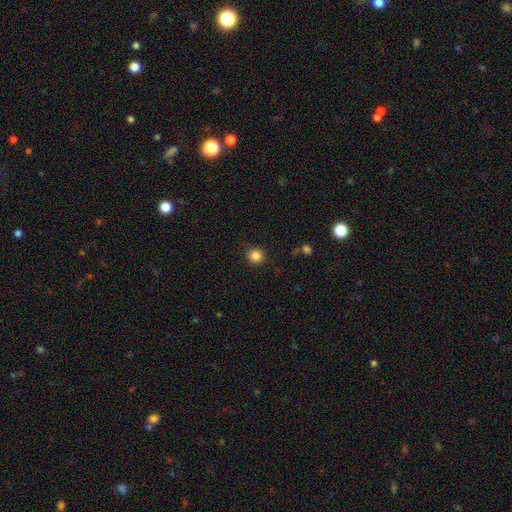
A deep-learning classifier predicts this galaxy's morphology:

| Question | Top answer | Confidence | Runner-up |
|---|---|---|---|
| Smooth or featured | smooth | 85% | star or artifact (11%) |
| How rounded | round | 90% | in between (9%) |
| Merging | none | 90% | minor disturbance (7%) |